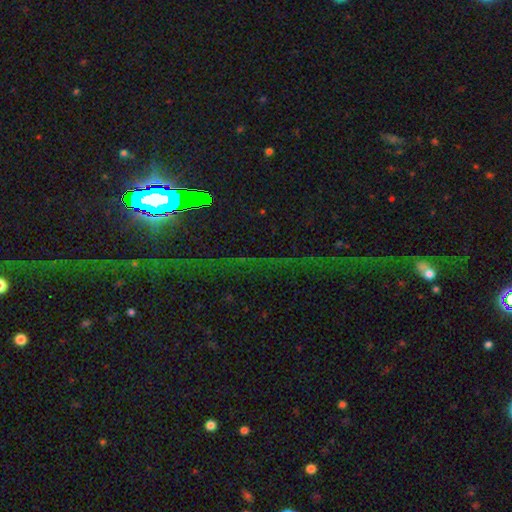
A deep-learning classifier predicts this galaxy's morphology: Q: Smooth or featured?
A: star or artifact (78%); runner-up: featured or disk (13%)